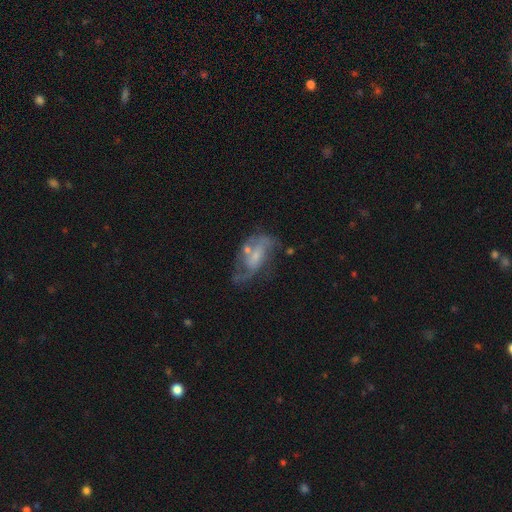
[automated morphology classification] Overall: featured or disk (72%). Edge-on disk: no (95%). Bar: no (51%; weak 39%). Spiral arms: yes (78%). Spiral arm count: 2 (56%; can't tell 23%). Spiral winding: medium (43%; loose 37%). Bulge size: small (55%; moderate 26%). Merging: none (42%; major disturbance 25%).